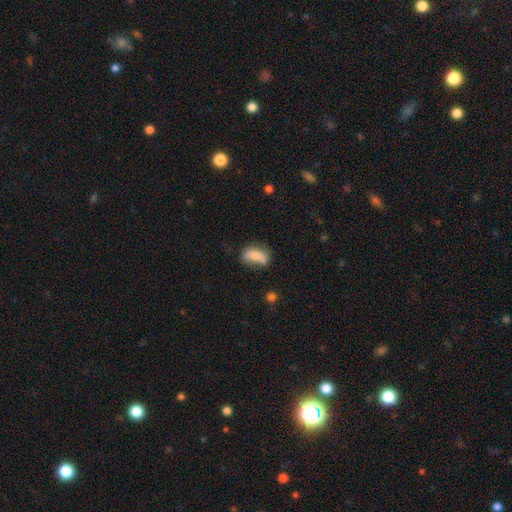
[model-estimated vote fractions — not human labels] Smooth or featured? smooth (69%)
How rounded? in between (82%)
Merging? none (55%)